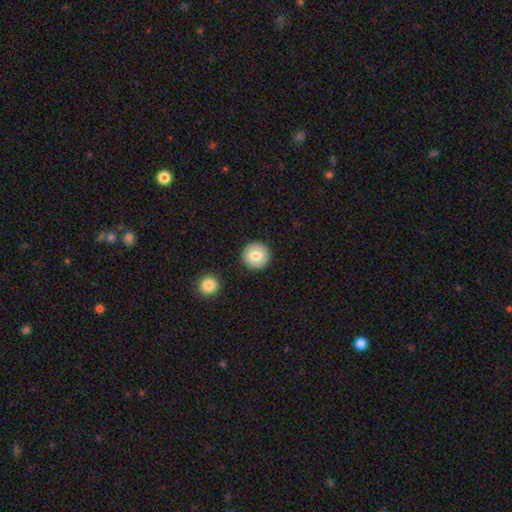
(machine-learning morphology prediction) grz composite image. It shows a smooth galaxy with no disk features (79%) that is round (95%). Merging: none (90%).